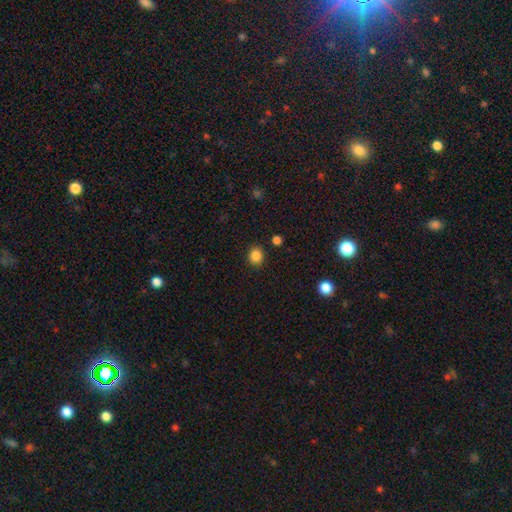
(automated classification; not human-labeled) A smooth galaxy with no disk features (85%) that is round (83%).

Vote fractions:
- Smooth or featured? smooth: 85% / star or artifact: 11% / featured or disk: 4%
- How rounded? round: 83% / in between: 16% / cigar-shaped: 1%
- Merging? none: 87% / minor disturbance: 8% / major disturbance: 2% / merger: 2%